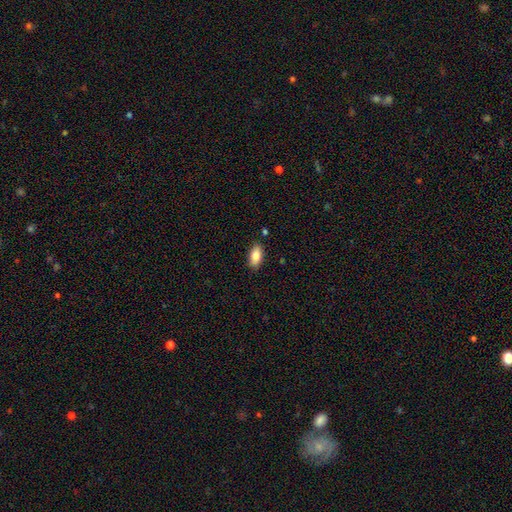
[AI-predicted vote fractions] Smooth or featured? smooth (84%)
How rounded? in between (89%)
Merging? none (86%)